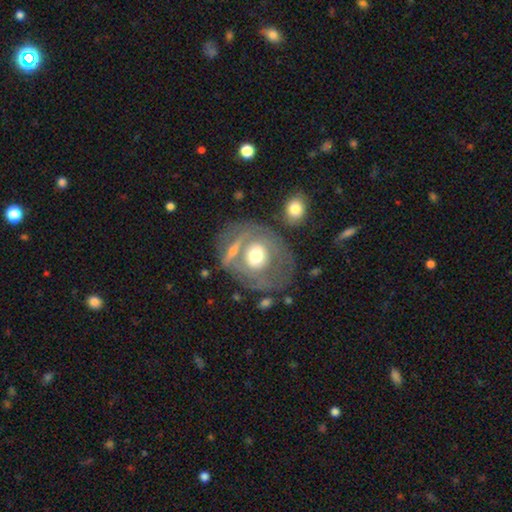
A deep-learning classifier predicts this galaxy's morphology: A featured or disk galaxy (55%) with no bar (75%), no spiral arms (72%) and a moderate central bulge (65%). Merging: none (53%).